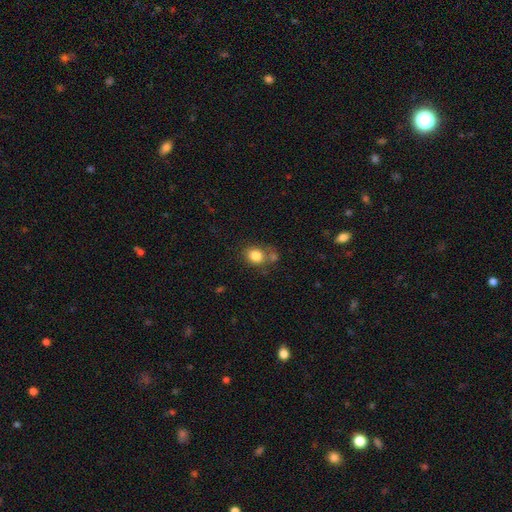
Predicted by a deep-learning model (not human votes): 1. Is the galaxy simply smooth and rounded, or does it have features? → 83% smooth, 10% star or artifact, 8% featured or disk.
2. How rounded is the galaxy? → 62% round, 37% in between, 1% cigar-shaped.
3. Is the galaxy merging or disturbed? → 60% none, 19% merger, 15% minor disturbance, 6% major disturbance.